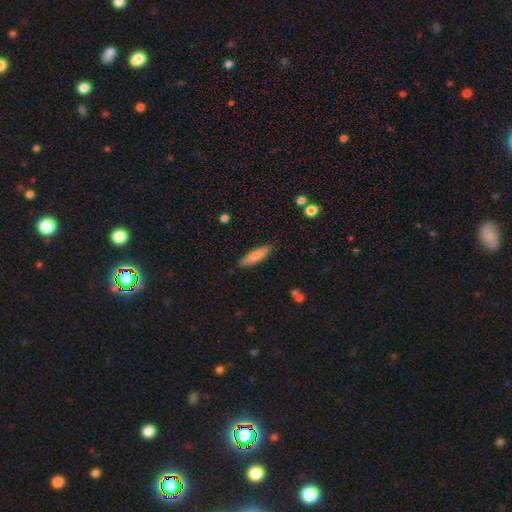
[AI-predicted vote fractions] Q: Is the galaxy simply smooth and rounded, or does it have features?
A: smooth — 78%.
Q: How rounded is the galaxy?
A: cigar-shaped — 72%.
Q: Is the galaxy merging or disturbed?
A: none — 86%.